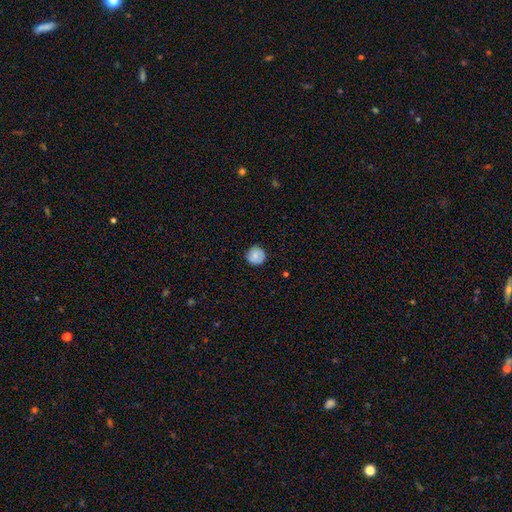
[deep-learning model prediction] The model was most divided on "smooth or featured": smooth: 78%, featured or disk: 14%, star or artifact: 8%. More confident: how rounded — round (94%); merging — none (85%).